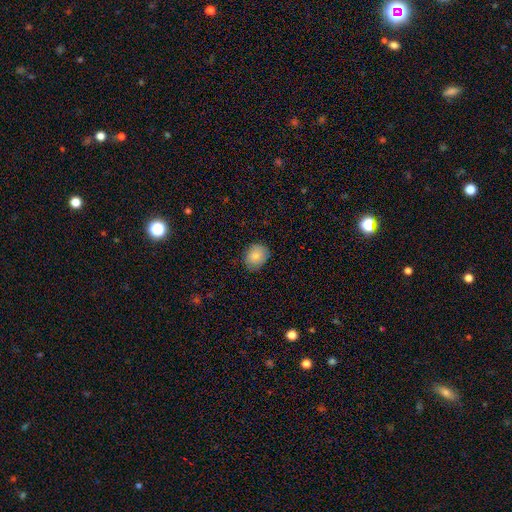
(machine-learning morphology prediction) Smooth or featured? Predicted: smooth (p=0.85). How rounded? Predicted: in between (p=0.53). Merging? Predicted: none (p=0.81).